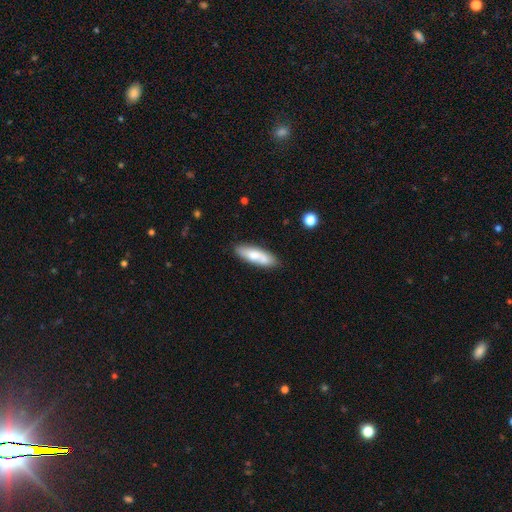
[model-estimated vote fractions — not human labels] Smooth or featured? Predicted: smooth (p=0.69). How rounded? Predicted: in between (p=0.53). Merging? Predicted: none (p=0.76).